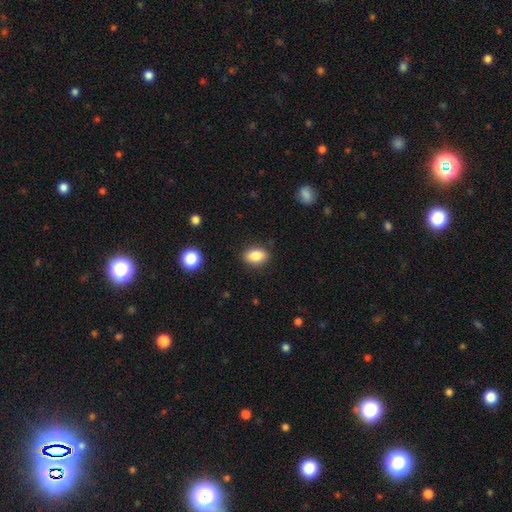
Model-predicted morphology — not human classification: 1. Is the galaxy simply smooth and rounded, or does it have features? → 84% smooth, 9% star or artifact, 7% featured or disk.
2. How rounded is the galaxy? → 82% in between, 16% round, 2% cigar-shaped.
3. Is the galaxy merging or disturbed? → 87% none, 9% minor disturbance, 2% major disturbance, 1% merger.